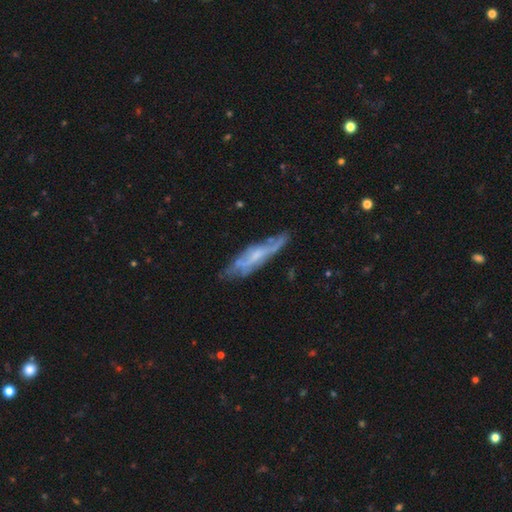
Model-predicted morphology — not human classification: smooth_or_featured: featured or disk (p=0.69) [alt: smooth p=0.24]
disk_edge_on: yes (p=0.52) [alt: no p=0.48]
merging: none (p=0.66) [alt: minor disturbance p=0.23]